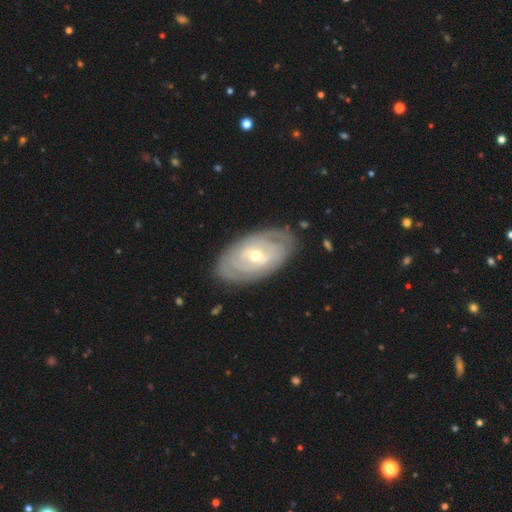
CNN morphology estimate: Smooth or featured: featured or disk — 78% (smooth — 17%)
Edge-on disk: no — 93% (yes — 7%)
Bar: weak — 42% (no — 41%)
Spiral arms: yes — 79% (no — 21%)
Spiral winding: tight — 79% (medium — 16%)
Spiral arm count: can't tell — 52% (2 — 26%)
Bulge size: moderate — 53% (small — 44%)
Merging: none — 82% (minor disturbance — 13%)